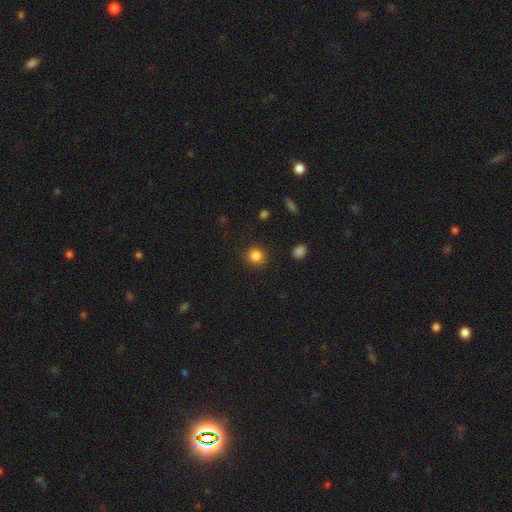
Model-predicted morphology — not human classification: A smooth galaxy with no disk features (84%) that is round (92%). Merging: none (90%).